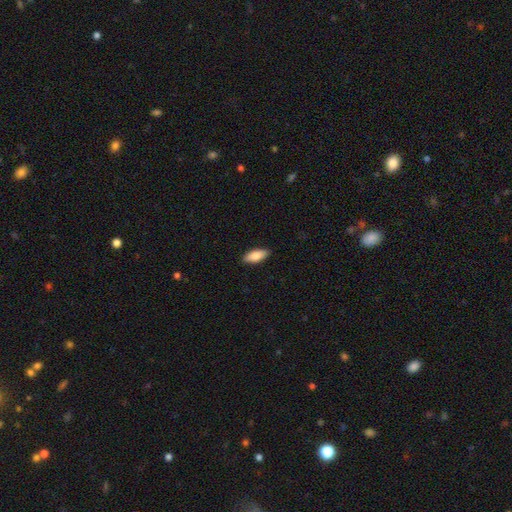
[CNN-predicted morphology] Overall: smooth (81%). How rounded: in between (84%). Merging: none (89%).